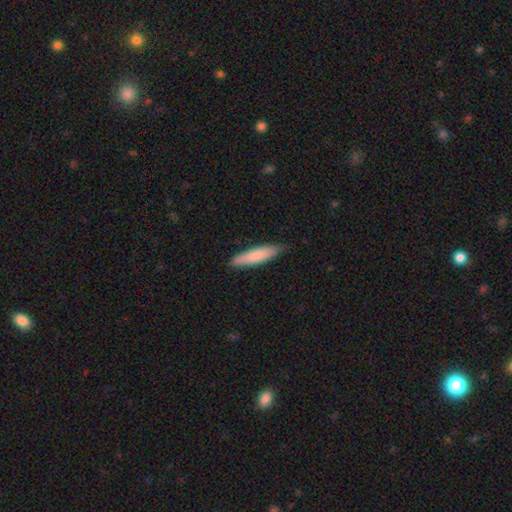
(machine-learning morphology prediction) smooth_or_featured: smooth (p=0.80) [alt: featured or disk p=0.15]
how_rounded: cigar-shaped (p=0.82) [alt: in between p=0.17]
merging: none (p=0.84) [alt: minor disturbance p=0.13]